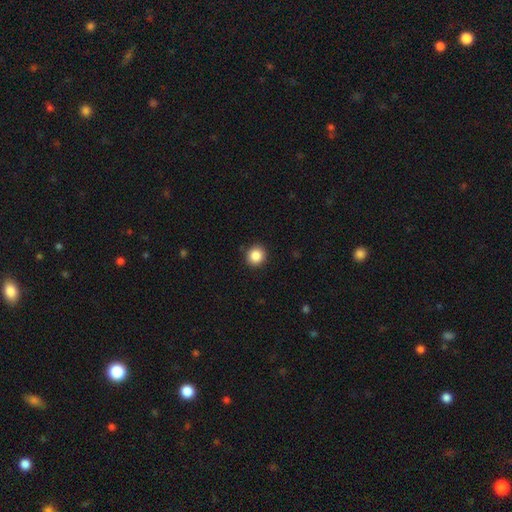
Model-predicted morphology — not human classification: Smooth or featured? Predicted: smooth (p=0.87). How rounded? Predicted: round (p=0.91). Merging? Predicted: none (p=0.91).